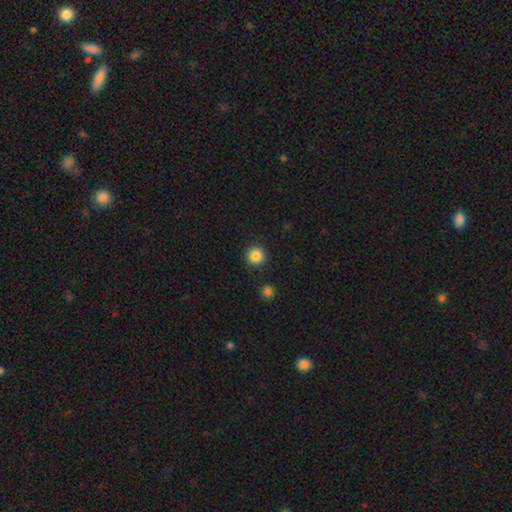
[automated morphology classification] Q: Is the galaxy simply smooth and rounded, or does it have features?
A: smooth — 86%.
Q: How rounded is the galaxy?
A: round — 95%.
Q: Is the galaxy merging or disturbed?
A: none — 91%.